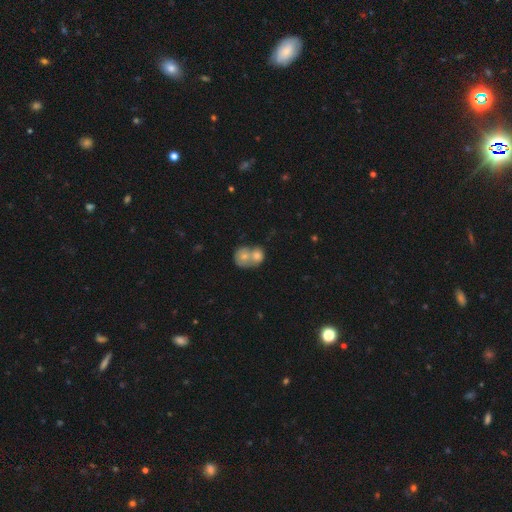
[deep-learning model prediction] A smooth galaxy with no disk features (62%) that is round (71%).

Vote fractions:
- Smooth or featured? smooth: 62% / featured or disk: 27% / star or artifact: 11%
- How rounded? round: 71% / in between: 28% / cigar-shaped: 1%
- Merging? merger: 66% / none: 24% / minor disturbance: 6% / major disturbance: 3%